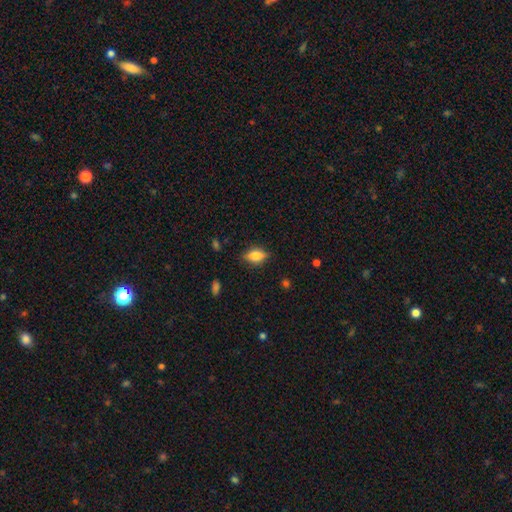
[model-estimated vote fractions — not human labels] Smooth or featured?
  - smooth: 65% *
  - featured or disk: 26%
  - star or artifact: 9%
How rounded?
  - in between: 78% *
  - cigar-shaped: 11%
  - round: 11%
Merging?
  - none: 81% *
  - minor disturbance: 14%
  - major disturbance: 3%
  - merger: 1%